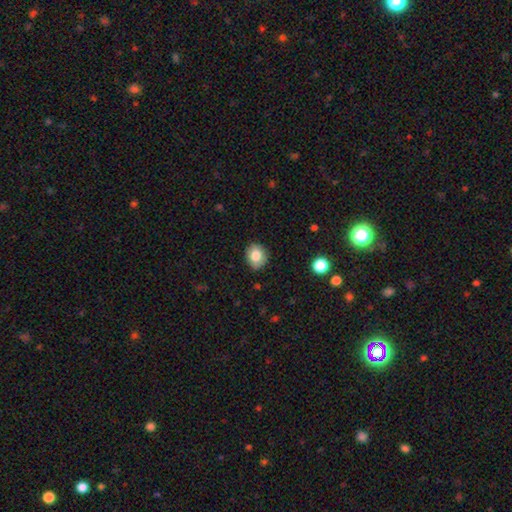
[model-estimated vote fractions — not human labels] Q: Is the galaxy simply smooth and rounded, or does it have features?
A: smooth — 80%.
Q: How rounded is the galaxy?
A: round — 65%.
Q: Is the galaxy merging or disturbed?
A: none — 83%.